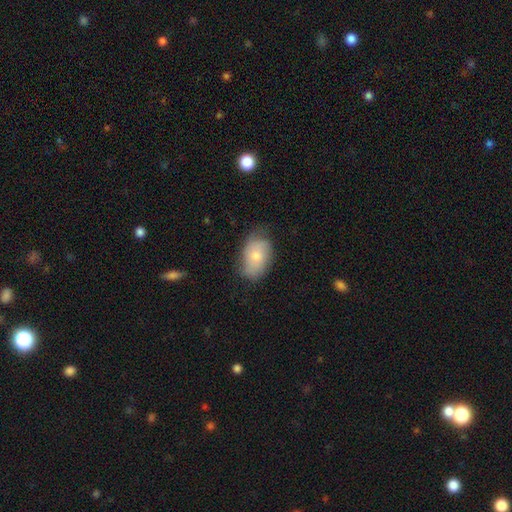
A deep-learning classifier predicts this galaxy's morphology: This is likely a smooth galaxy (66%). How rounded: clearly in between (89%). Merging: likely none (62%).